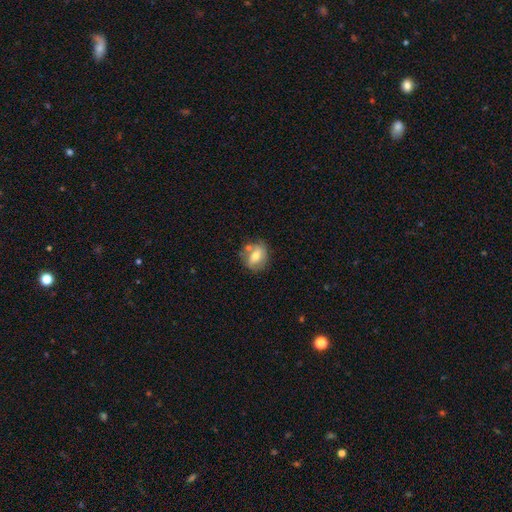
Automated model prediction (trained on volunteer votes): Morphology: type=smooth (54%); roundness=round (52%); merging=none (58%).